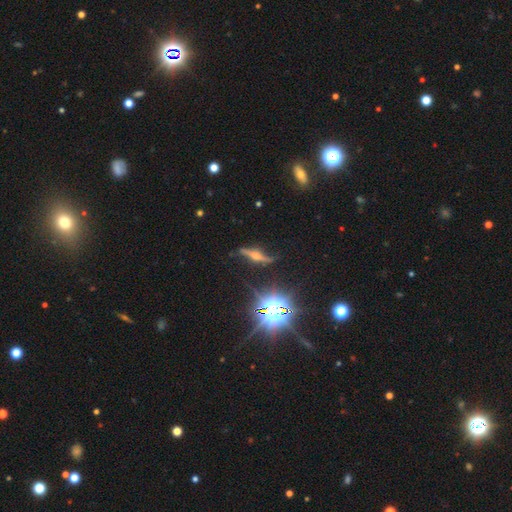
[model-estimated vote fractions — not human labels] Q: Smooth or featured?
A: featured or disk (72%); runner-up: star or artifact (16%)
Q: Edge-on disk?
A: yes (79%); runner-up: no (21%)
Q: Edge-on bulge?
A: rounded (91%); runner-up: boxy (6%)
Q: Merging?
A: none (74%); runner-up: minor disturbance (17%)